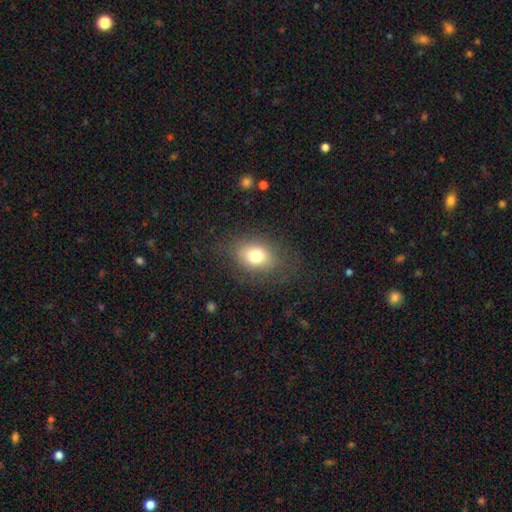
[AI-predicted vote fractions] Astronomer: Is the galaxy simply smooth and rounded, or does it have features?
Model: smooth — 76%.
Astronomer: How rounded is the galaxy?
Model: in between — 72%.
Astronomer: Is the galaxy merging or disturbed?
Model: none — 77%.